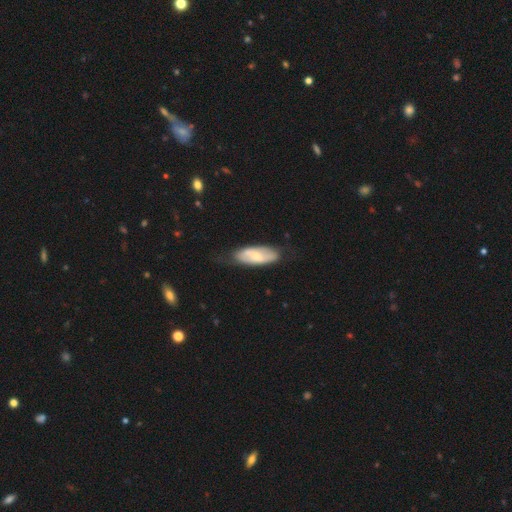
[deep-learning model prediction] Smooth or featured?
  - smooth: 49% *
  - featured or disk: 46%
  - star or artifact: 5%
Merging?
  - none: 66% *
  - minor disturbance: 25%
  - major disturbance: 7%
  - merger: 2%